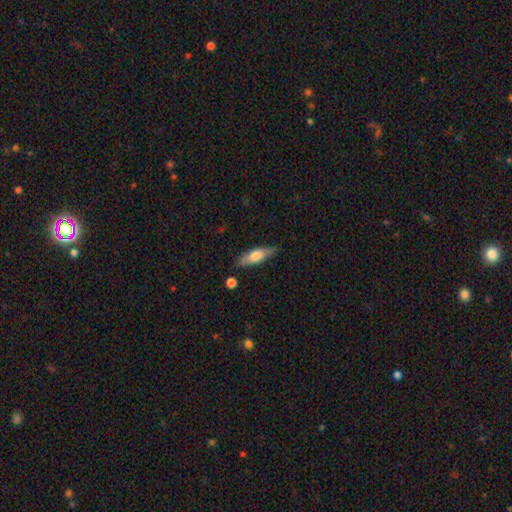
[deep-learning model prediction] The model was most divided on "how rounded": cigar-shaped: 55%, in between: 43%, round: 2%. More confident: merging — none (79%); smooth or featured — smooth (63%).